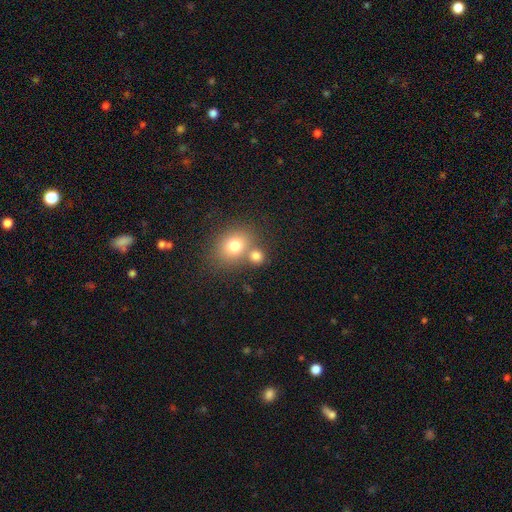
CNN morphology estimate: This is likely a smooth galaxy (77%). How rounded: likely round (71%). Merging: possibly none (52%).